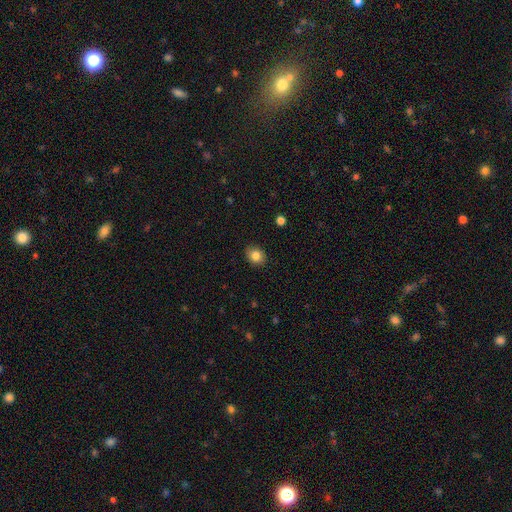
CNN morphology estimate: Smooth or featured?
  - smooth: 84% *
  - star or artifact: 9%
  - featured or disk: 7%
How rounded?
  - round: 55% *
  - in between: 44%
  - cigar-shaped: 1%
Merging?
  - none: 89% *
  - minor disturbance: 8%
  - major disturbance: 2%
  - merger: 1%